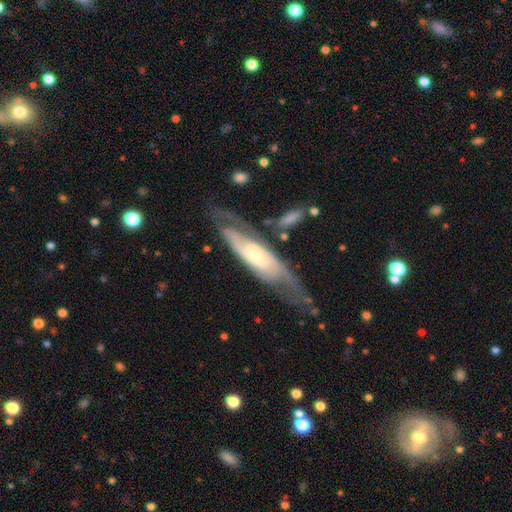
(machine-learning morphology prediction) A featured or disk galaxy (81%) with no bar (44%), 2 (69%) medium (43%) spiral arms (93%) and a small central bulge (49%).

Vote fractions:
- Smooth or featured? featured or disk: 81% / smooth: 13% / star or artifact: 5%
- Edge-on disk? no: 79% / yes: 21%
- Bar? no: 44% / weak: 38% / strong: 18%
- Spiral arms? yes: 93% / no: 7%
- Spiral winding? medium: 43% / tight: 42% / loose: 14%
- Spiral arm count? 2: 69% / can't tell: 21% / 3: 4% / 1: 3% / 4: 2% / more than 4: 2%
- Bulge size? small: 49% / moderate: 30% / large: 10% / none: 9% / dominant: 2%
- Merging? none: 65% / minor disturbance: 19% / major disturbance: 12% / merger: 5%